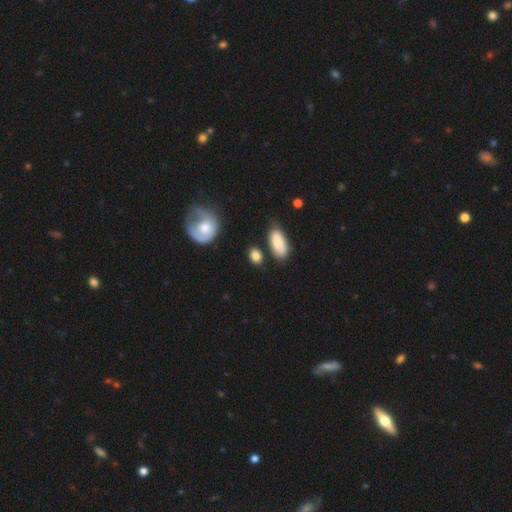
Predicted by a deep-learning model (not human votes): This is clearly a smooth galaxy (83%). How rounded: likely in between (76%). Merging: likely none (70%).